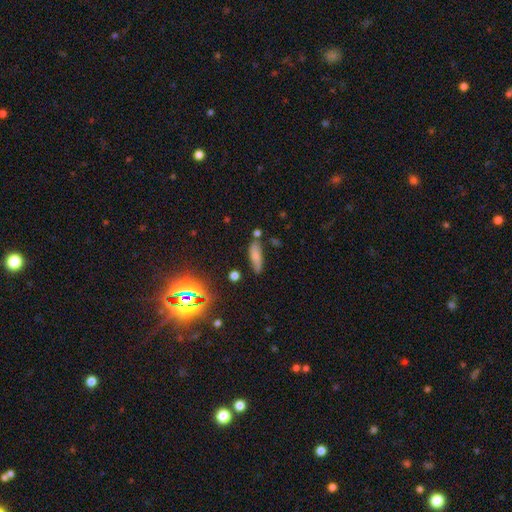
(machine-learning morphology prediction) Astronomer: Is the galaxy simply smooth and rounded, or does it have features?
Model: smooth — 72%.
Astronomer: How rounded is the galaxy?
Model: cigar-shaped — 53% (runner-up: in between, 44%).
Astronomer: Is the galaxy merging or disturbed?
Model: none — 70%.